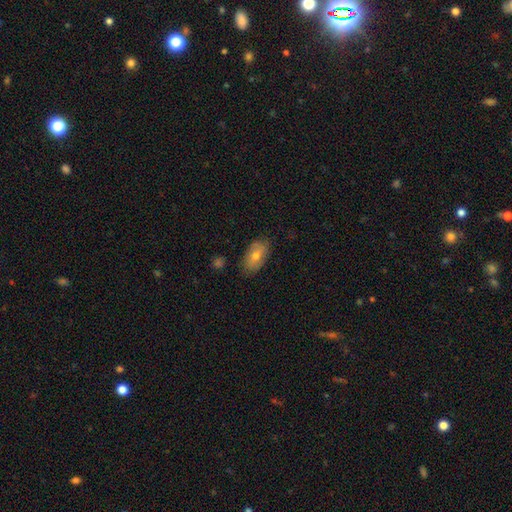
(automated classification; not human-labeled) smooth_or_featured: smooth (p=0.66) [alt: featured or disk p=0.26]
how_rounded: in between (p=0.92) [alt: round p=0.06]
merging: none (p=0.81) [alt: minor disturbance p=0.15]